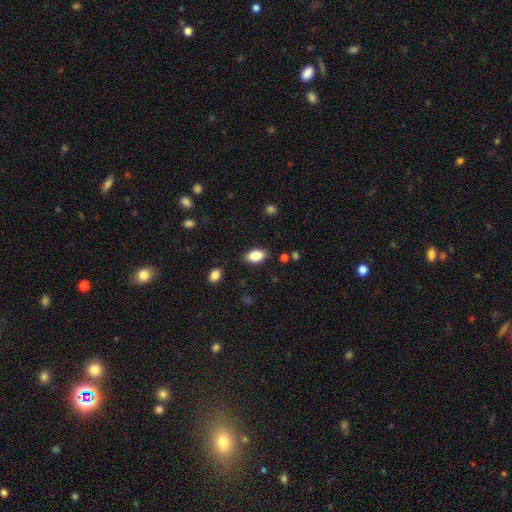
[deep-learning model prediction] smooth_or_featured: smooth (p=0.86) [alt: star or artifact p=0.08]
how_rounded: in between (p=0.91) [alt: round p=0.06]
merging: none (p=0.86) [alt: minor disturbance p=0.10]